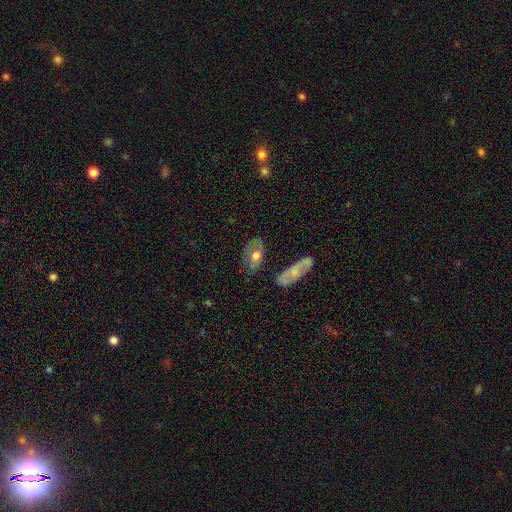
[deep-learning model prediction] Smooth or featured? Predicted: smooth (p=0.48). Merging? Predicted: none (p=0.64).